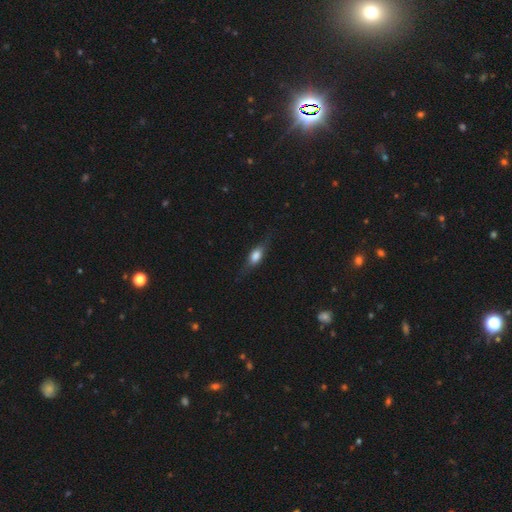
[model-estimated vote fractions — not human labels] This appears to be a smooth galaxy with no disk features (55%) that is in between round and cigar-shaped (61%). Merging: none (74%).